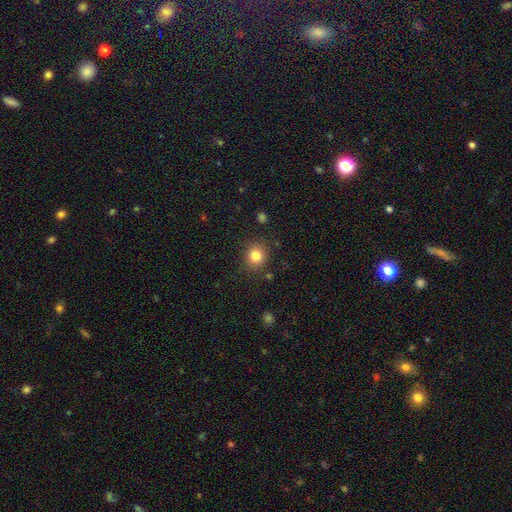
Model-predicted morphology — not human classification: Q: Smooth or featured?
A: smooth (83%); runner-up: star or artifact (11%)
Q: How rounded?
A: round (82%); runner-up: in between (18%)
Q: Merging?
A: none (86%); runner-up: minor disturbance (9%)